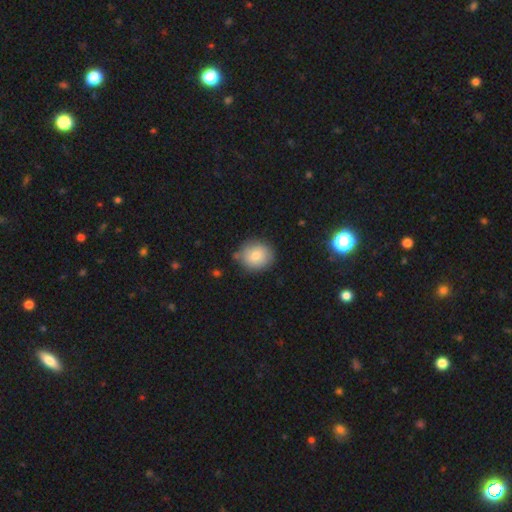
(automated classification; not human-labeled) Morphology: type=smooth (80%); roundness=round (77%); merging=none (80%).